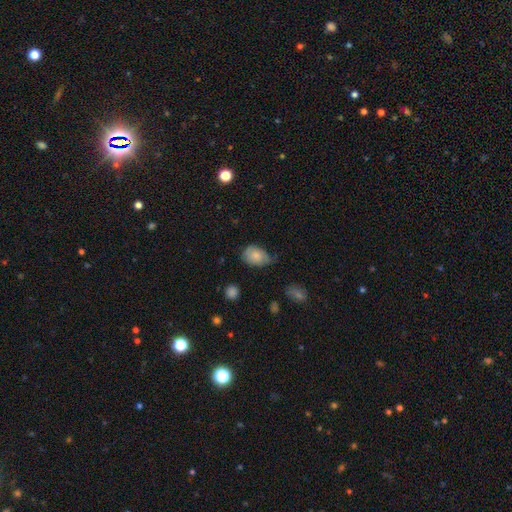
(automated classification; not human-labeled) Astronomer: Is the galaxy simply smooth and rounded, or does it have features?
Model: smooth — 77%.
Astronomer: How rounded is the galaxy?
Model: in between — 80%.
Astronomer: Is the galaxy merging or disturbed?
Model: none — 46% (runner-up: minor disturbance, 41%).